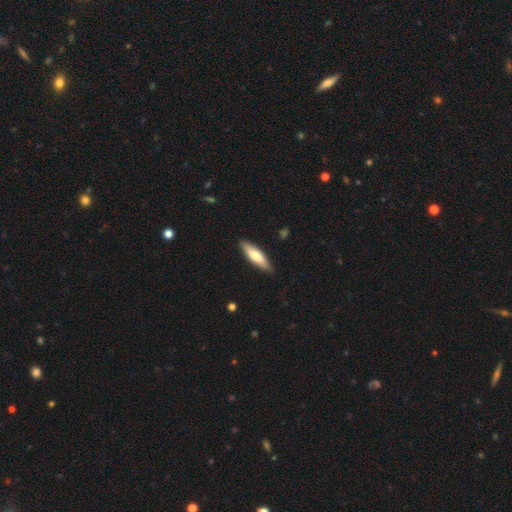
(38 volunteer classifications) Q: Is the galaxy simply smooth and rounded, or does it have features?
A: smooth — 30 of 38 (79%).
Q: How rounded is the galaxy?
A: cigar-shaped — 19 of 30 (63%).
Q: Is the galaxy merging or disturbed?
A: none — 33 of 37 (89%).